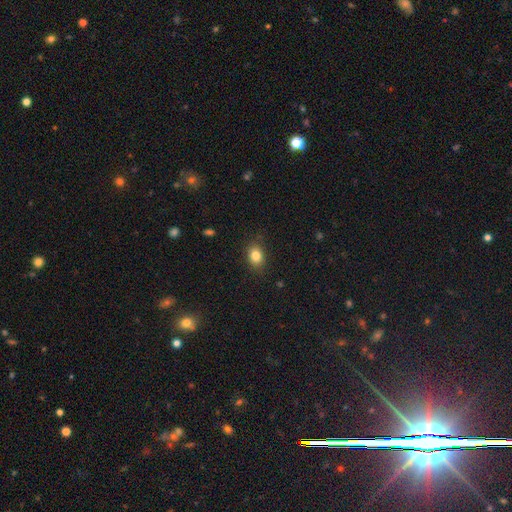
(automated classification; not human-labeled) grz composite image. It shows a smooth galaxy with no disk features (83%) that is in between round and cigar-shaped (64%). Merging: none (83%).